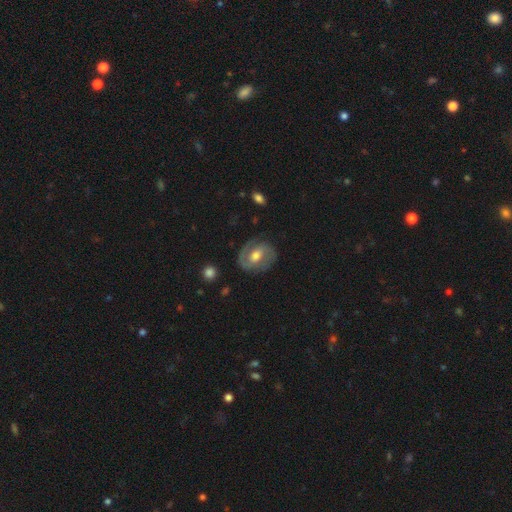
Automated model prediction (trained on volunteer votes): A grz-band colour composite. It shows a featured or disk galaxy (76%) with a weak bar (48%), 2 (82%) medium (44%) spiral arms (88%) and a moderate central bulge (72%). Merging: none (79%).